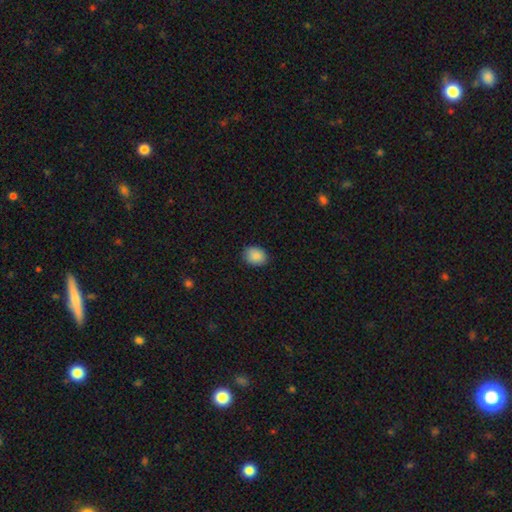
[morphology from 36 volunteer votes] Smooth or featured? smooth (89%)
How rounded? in between (56%)
Merging? none (74%)